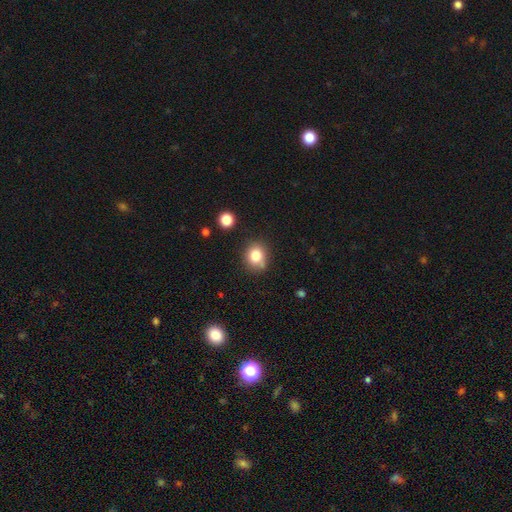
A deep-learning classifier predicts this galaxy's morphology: A smooth galaxy with no disk features (80%) that is round (73%).

Vote fractions:
- Smooth or featured? smooth: 80% / star or artifact: 12% / featured or disk: 8%
- How rounded? round: 73% / in between: 26% / cigar-shaped: 1%
- Merging? none: 71% / minor disturbance: 18% / merger: 7% / major disturbance: 4%